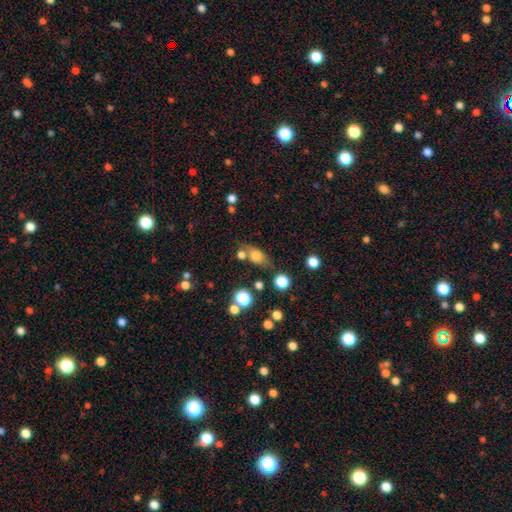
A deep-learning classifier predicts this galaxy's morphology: smooth_or_featured: smooth (p=0.73) [alt: featured or disk p=0.14]
how_rounded: in between (p=0.67) [alt: round p=0.26]
merging: none (p=0.60) [alt: minor disturbance p=0.17]